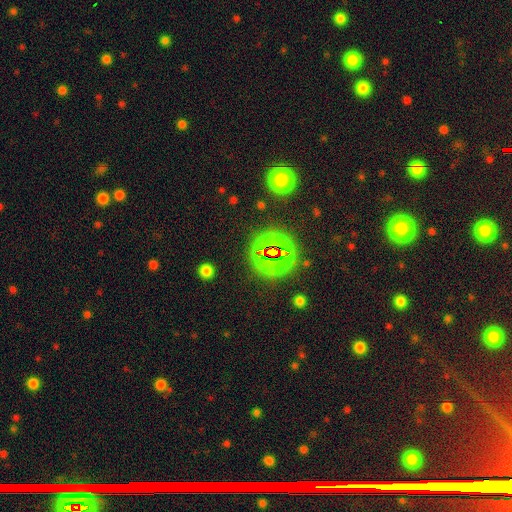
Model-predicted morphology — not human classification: Smooth or featured: star or artifact — 74% (smooth — 16%)